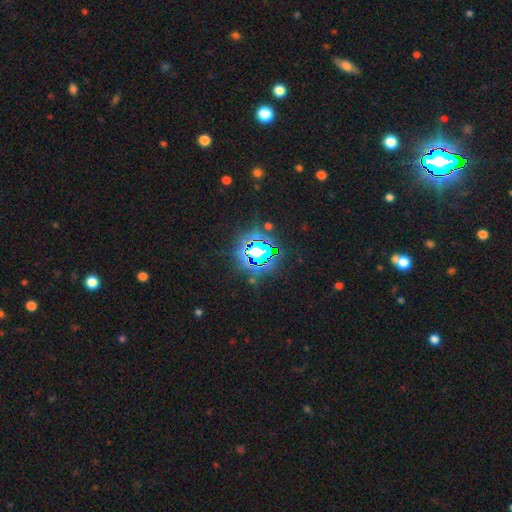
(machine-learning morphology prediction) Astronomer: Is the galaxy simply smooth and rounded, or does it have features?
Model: star or artifact — 70%.